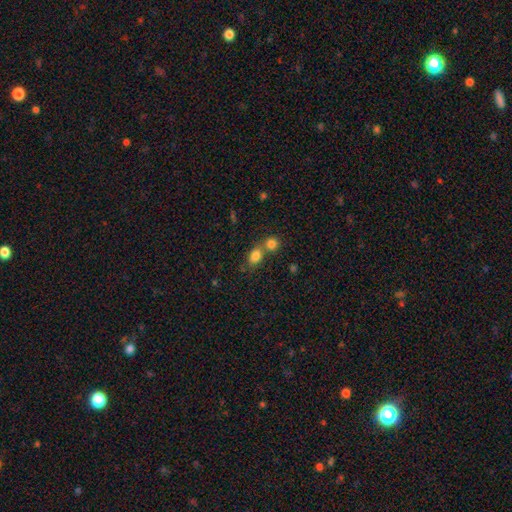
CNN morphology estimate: Overall: smooth (81%). How rounded: in between (60%; round 38%). Merging: merger (45%; none 43%).